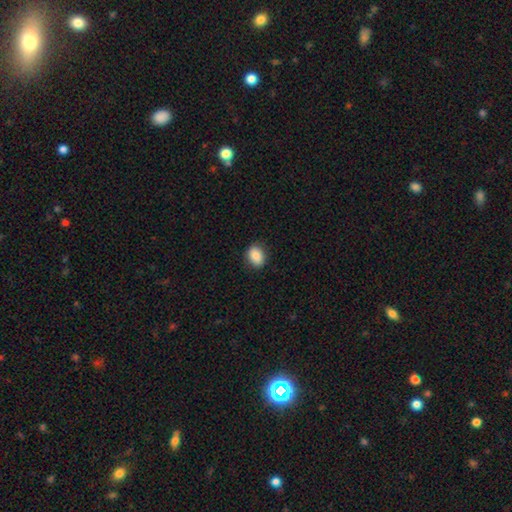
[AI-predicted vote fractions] Smooth or featured: smooth — 87% (star or artifact — 8%)
How rounded: in between — 60% (round — 38%)
Merging: none — 86% (minor disturbance — 11%)